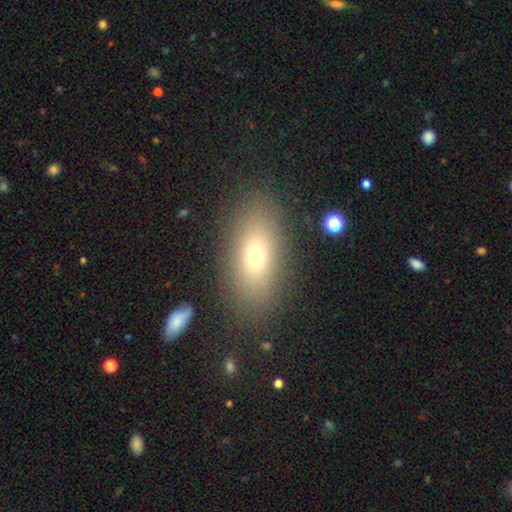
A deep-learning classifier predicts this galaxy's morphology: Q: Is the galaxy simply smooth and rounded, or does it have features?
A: smooth — 69%.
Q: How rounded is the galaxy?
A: in between — 84%.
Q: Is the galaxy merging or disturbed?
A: none — 84%.